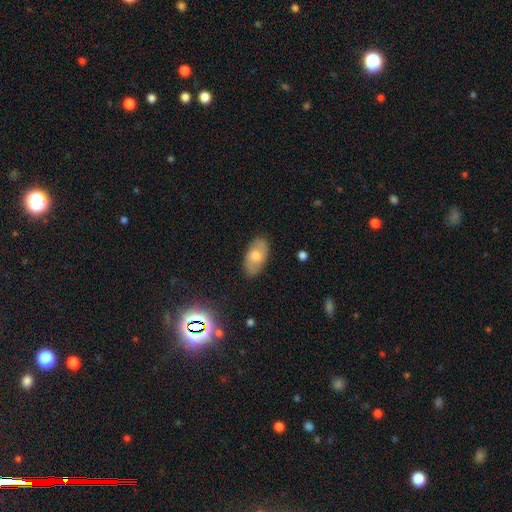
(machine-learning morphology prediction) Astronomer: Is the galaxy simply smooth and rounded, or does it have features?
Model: smooth — 48% (runner-up: featured or disk, 42%).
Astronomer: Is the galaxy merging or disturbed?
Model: none — 83%.